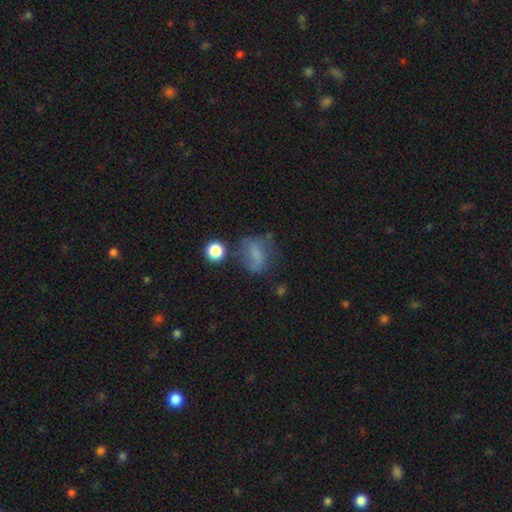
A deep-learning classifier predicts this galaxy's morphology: Smooth or featured? Predicted: smooth (p=0.61). How rounded? Predicted: in between (p=0.61). Merging? Predicted: none (p=0.43).